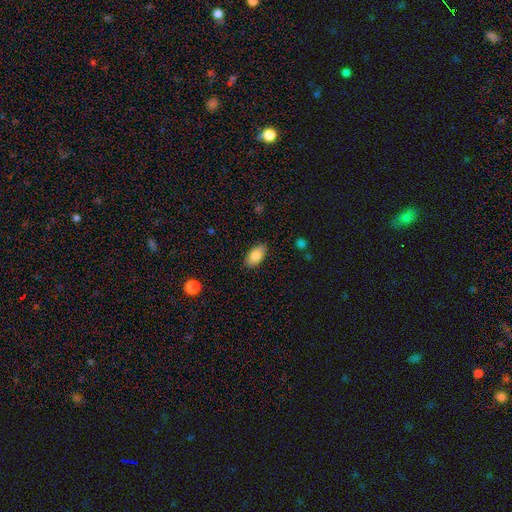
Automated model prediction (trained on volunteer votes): smooth-or-featured: smooth: 81% | featured or disk: 12% | star or artifact: 7%
  how-rounded: in between: 93% | round: 4% | cigar-shaped: 3%
  merging: none: 85% | minor disturbance: 11% | major disturbance: 2% | merger: 1%